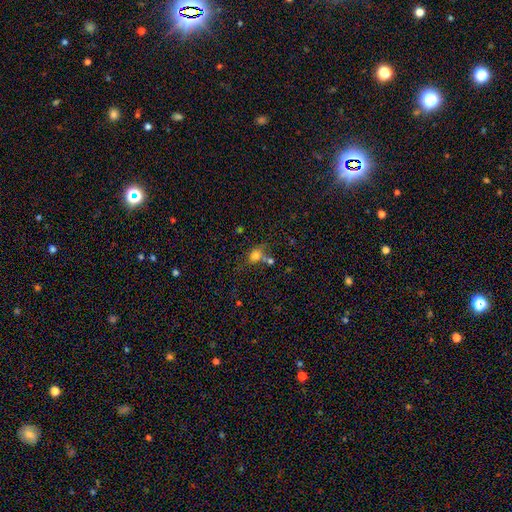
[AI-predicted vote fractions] smooth-or-featured: smooth: 75% | star or artifact: 14% | featured or disk: 11%
  how-rounded: round: 53% | in between: 45% | cigar-shaped: 2%
  merging: none: 49% | merger: 28% | minor disturbance: 16% | major disturbance: 7%